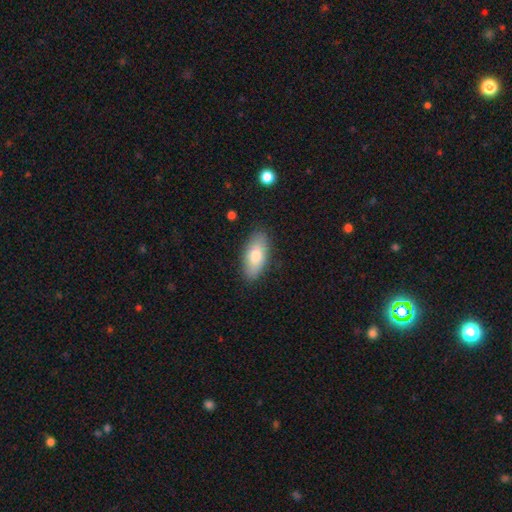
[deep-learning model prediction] Q: Smooth or featured?
A: smooth (76%); runner-up: featured or disk (17%)
Q: How rounded?
A: in between (88%); runner-up: cigar-shaped (10%)
Q: Merging?
A: none (86%); runner-up: minor disturbance (10%)